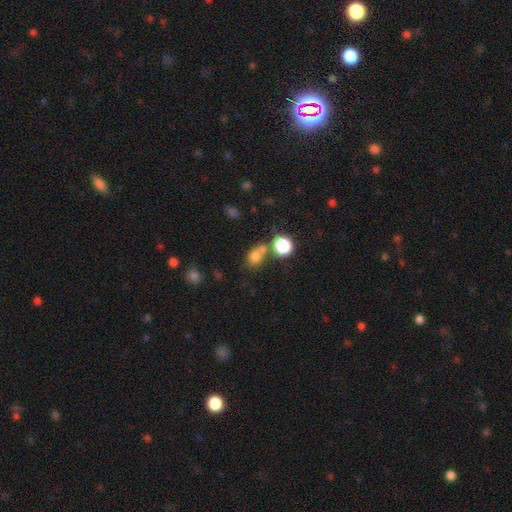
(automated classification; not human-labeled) Smooth or featured?
  - smooth: 73% *
  - star or artifact: 18%
  - featured or disk: 9%
How rounded?
  - round: 54% *
  - in between: 44%
  - cigar-shaped: 2%
Merging?
  - none: 47% *
  - merger: 34%
  - minor disturbance: 13%
  - major disturbance: 6%